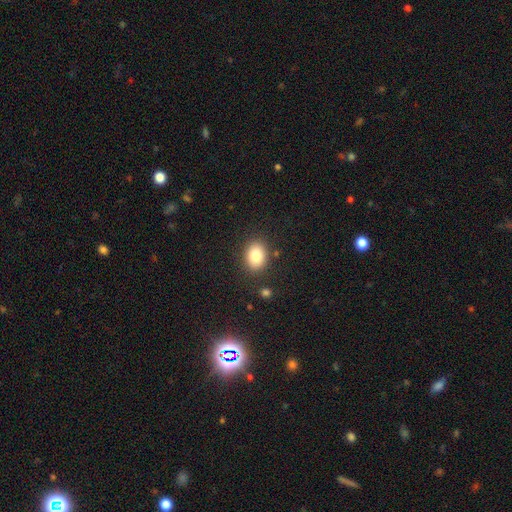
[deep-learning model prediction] Smooth or featured?
  - smooth: 83% *
  - star or artifact: 9%
  - featured or disk: 8%
How rounded?
  - in between: 67% *
  - round: 32%
  - cigar-shaped: 1%
Merging?
  - none: 85% *
  - minor disturbance: 9%
  - major disturbance: 3%
  - merger: 2%